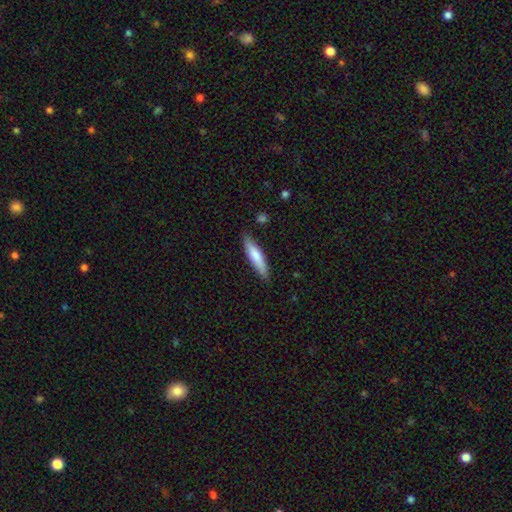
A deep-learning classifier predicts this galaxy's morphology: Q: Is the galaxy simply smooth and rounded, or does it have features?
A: smooth — 74%.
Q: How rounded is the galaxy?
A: cigar-shaped — 79%.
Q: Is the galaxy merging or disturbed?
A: none — 85%.